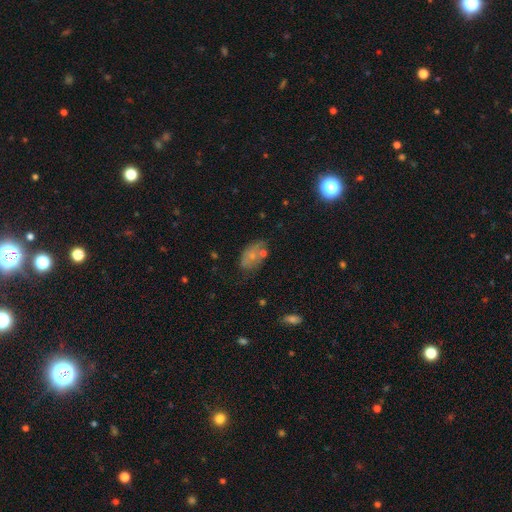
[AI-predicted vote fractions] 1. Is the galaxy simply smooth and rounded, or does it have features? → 47% smooth, 30% featured or disk, 23% star or artifact.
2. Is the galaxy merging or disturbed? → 59% none, 23% minor disturbance, 9% major disturbance, 9% merger.